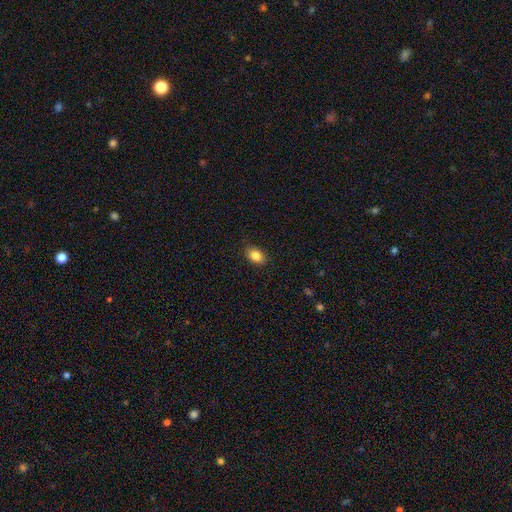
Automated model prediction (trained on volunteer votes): Smooth or featured?
  - smooth: 85% *
  - star or artifact: 8%
  - featured or disk: 6%
How rounded?
  - in between: 84% *
  - round: 14%
  - cigar-shaped: 1%
Merging?
  - none: 87% *
  - minor disturbance: 9%
  - major disturbance: 2%
  - merger: 1%